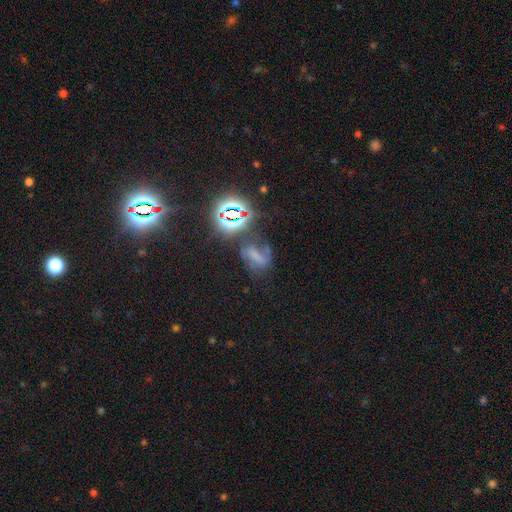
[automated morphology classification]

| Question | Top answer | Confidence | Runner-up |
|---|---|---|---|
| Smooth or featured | star or artifact | 37% | featured or disk (33%) |